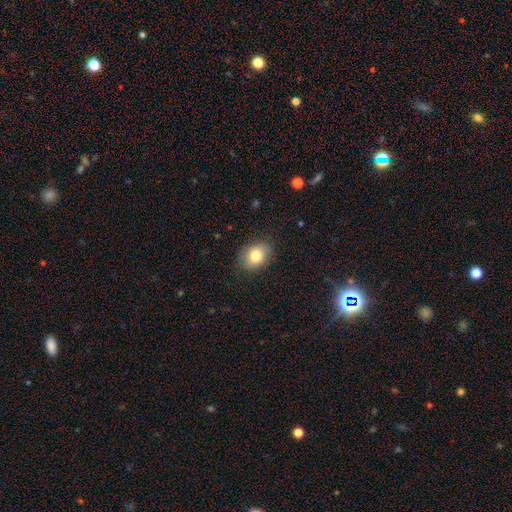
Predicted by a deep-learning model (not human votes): Smooth or featured: smooth — 80% (featured or disk — 11%)
How rounded: in between — 66% (round — 33%)
Merging: none — 86% (minor disturbance — 11%)